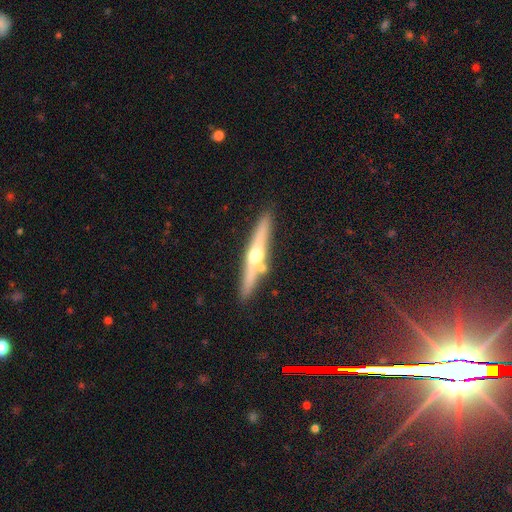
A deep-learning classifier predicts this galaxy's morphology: A featured or disk galaxy (65%) viewed edge-on (96%) with a rounded central bulge (93%). Merging: none (80%).